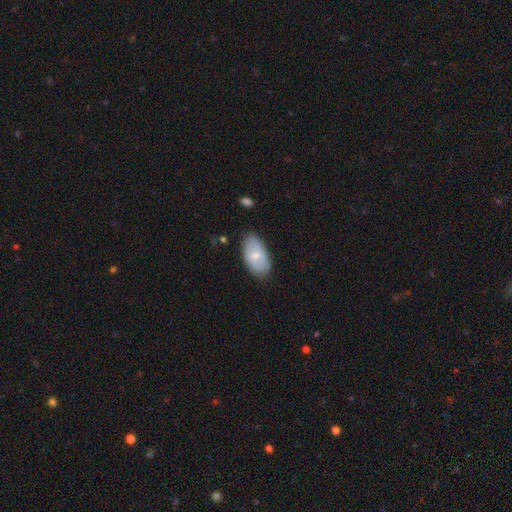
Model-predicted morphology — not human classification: Smooth or featured?
  - smooth: 61% *
  - featured or disk: 32%
  - star or artifact: 6%
How rounded?
  - in between: 93% *
  - round: 4%
  - cigar-shaped: 2%
Merging?
  - none: 75% *
  - minor disturbance: 19%
  - major disturbance: 4%
  - merger: 2%